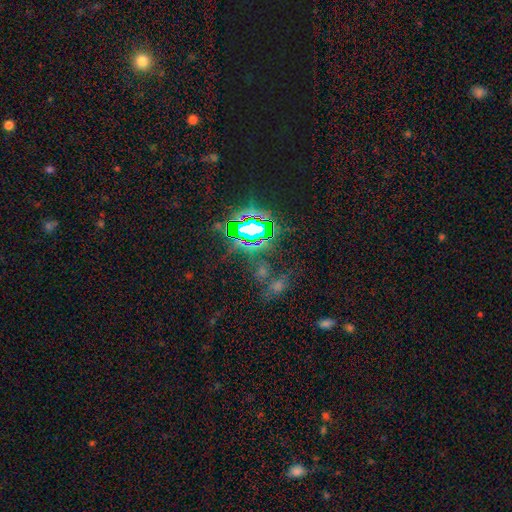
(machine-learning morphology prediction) Q: Smooth or featured?
A: star or artifact (67%); runner-up: smooth (22%)